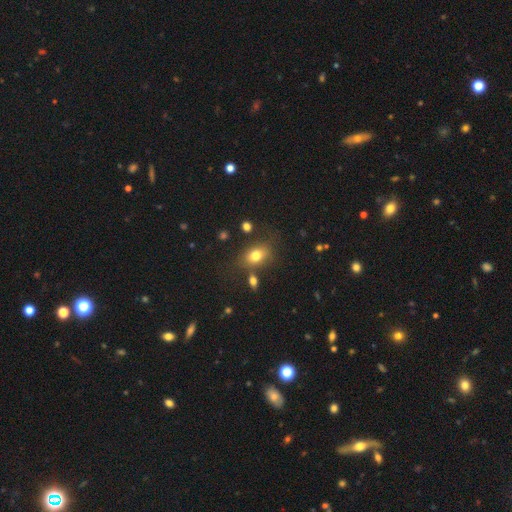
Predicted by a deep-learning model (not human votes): Q: Smooth or featured?
A: smooth (77%); runner-up: featured or disk (12%)
Q: How rounded?
A: in between (73%); runner-up: round (26%)
Q: Merging?
A: none (70%); runner-up: minor disturbance (15%)